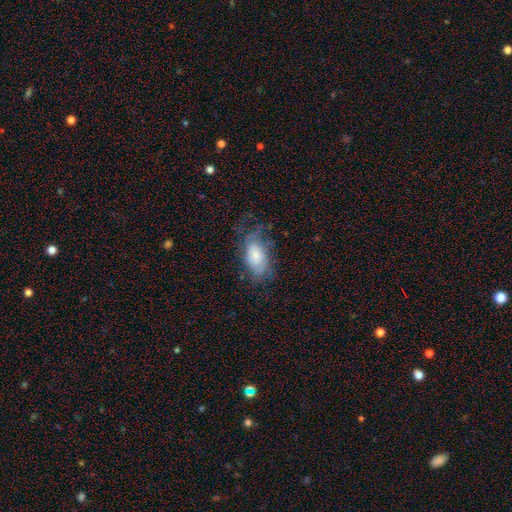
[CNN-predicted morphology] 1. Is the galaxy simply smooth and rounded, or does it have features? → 55% smooth, 37% featured or disk, 8% star or artifact.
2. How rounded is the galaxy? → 91% in between, 5% round, 3% cigar-shaped.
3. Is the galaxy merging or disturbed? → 46% none, 28% minor disturbance, 25% major disturbance, 2% merger.